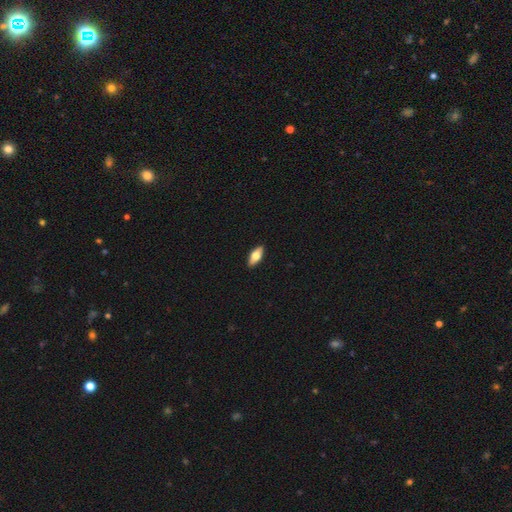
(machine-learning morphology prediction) Q: Smooth or featured?
A: smooth (60%); runner-up: featured or disk (34%)
Q: How rounded?
A: in between (79%); runner-up: cigar-shaped (18%)
Q: Merging?
A: none (90%); runner-up: minor disturbance (8%)